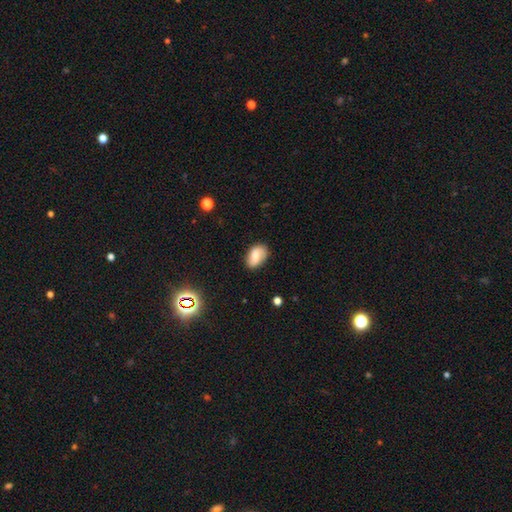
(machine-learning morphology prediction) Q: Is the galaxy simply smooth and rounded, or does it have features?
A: smooth — 58%.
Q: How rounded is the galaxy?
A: in between — 86%.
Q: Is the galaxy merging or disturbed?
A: none — 73%.